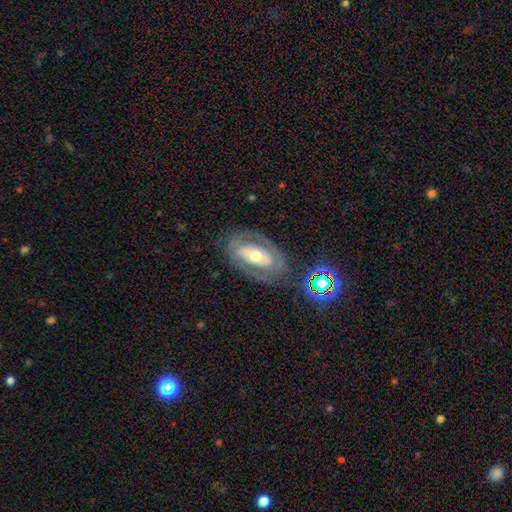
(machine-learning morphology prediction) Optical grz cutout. It shows a featured or disk galaxy (71%) with no bar (49%), spiral arms (53%) and a moderate central bulge (58%). Merging: none (74%).